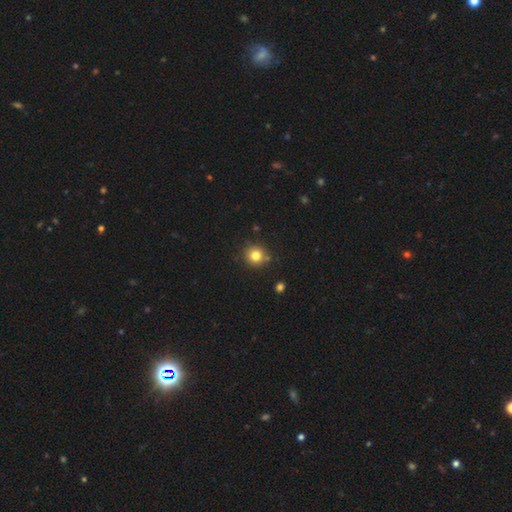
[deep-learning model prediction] A smooth galaxy with no disk features (80%) that is round (91%).

Vote fractions:
- Smooth or featured? smooth: 80% / star or artifact: 13% / featured or disk: 7%
- How rounded? round: 91% / in between: 8% / cigar-shaped: 1%
- Merging? none: 83% / minor disturbance: 10% / merger: 5% / major disturbance: 2%